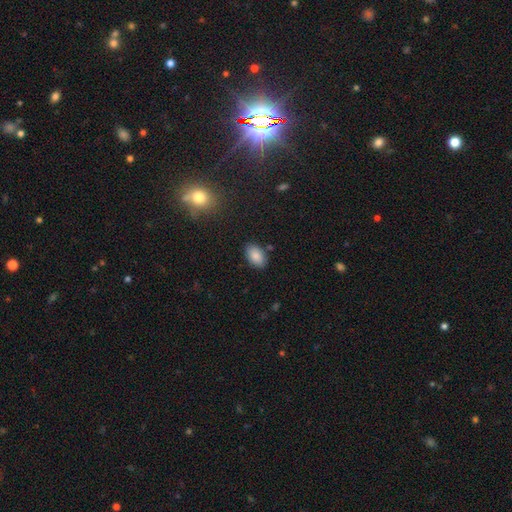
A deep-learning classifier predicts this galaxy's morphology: Smooth or featured? smooth (87%)
How rounded? in between (91%)
Merging? none (84%)